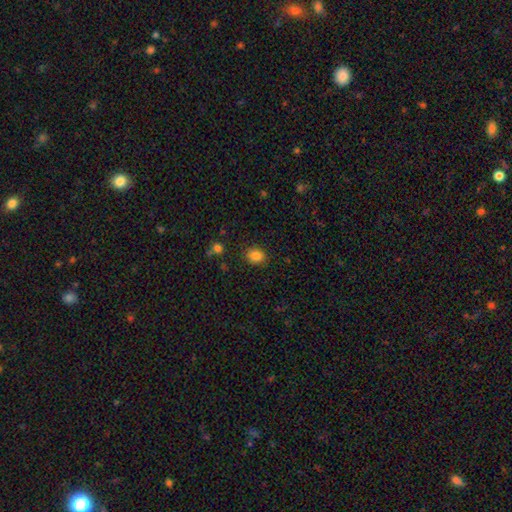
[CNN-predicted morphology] Smooth or featured? Predicted: smooth (p=0.85). How rounded? Predicted: round (p=0.67). Merging? Predicted: none (p=0.88).